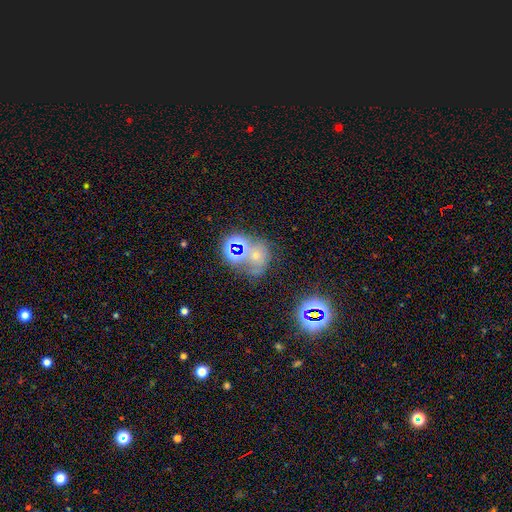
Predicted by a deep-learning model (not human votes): smooth-or-featured: smooth: 42% | star or artifact: 38% | featured or disk: 20%
  merging: none: 45% | merger: 30% | minor disturbance: 14% | major disturbance: 11%